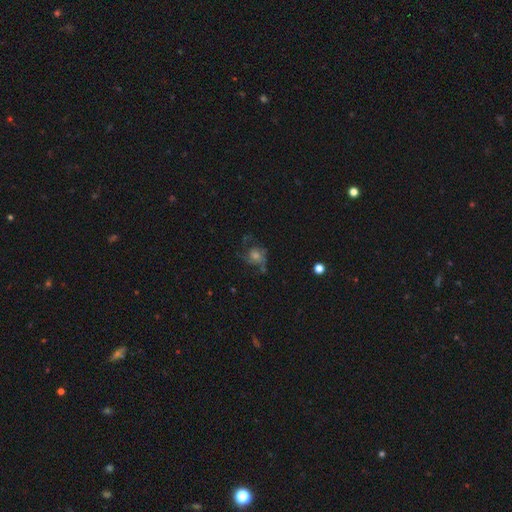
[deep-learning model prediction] This appears to be a featured or disk galaxy (59%) with no bar (76%), spiral arms (87%) and a moderate central bulge (46%). Merging: none (60%).